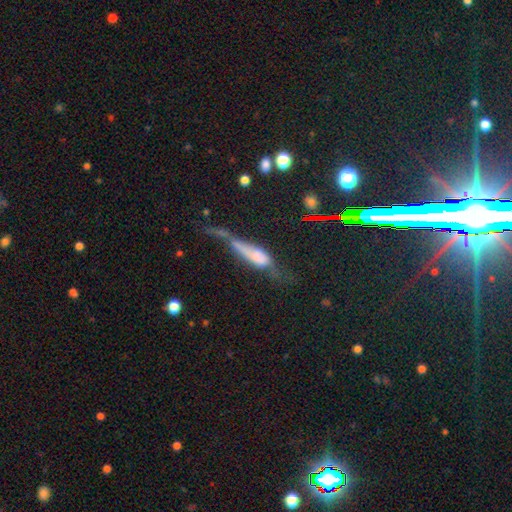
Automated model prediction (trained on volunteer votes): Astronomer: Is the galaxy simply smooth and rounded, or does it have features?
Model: featured or disk — 46% (runner-up: smooth, 43%).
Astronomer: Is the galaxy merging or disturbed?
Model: major disturbance — 42% (runner-up: none, 21%).